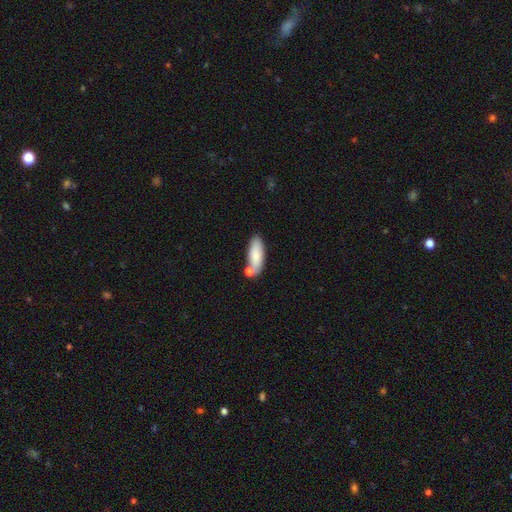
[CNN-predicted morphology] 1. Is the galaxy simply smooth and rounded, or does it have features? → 82% smooth, 12% featured or disk, 6% star or artifact.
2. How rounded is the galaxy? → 73% in between, 25% cigar-shaped, 2% round.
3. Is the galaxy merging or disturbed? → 63% none, 19% merger, 15% minor disturbance, 4% major disturbance.